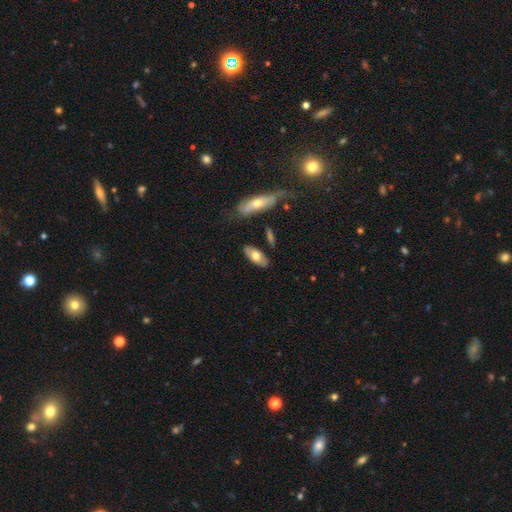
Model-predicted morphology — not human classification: Smooth or featured?
  - smooth: 64% *
  - featured or disk: 30%
  - star or artifact: 6%
How rounded?
  - in between: 83% *
  - cigar-shaped: 14%
  - round: 2%
Merging?
  - none: 81% *
  - minor disturbance: 12%
  - merger: 4%
  - major disturbance: 3%